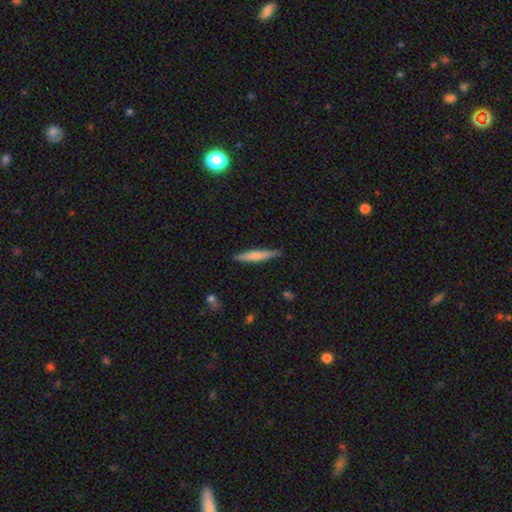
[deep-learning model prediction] Q: Smooth or featured?
A: smooth (65%); runner-up: featured or disk (29%)
Q: How rounded?
A: cigar-shaped (92%); runner-up: in between (7%)
Q: Merging?
A: none (87%); runner-up: minor disturbance (10%)